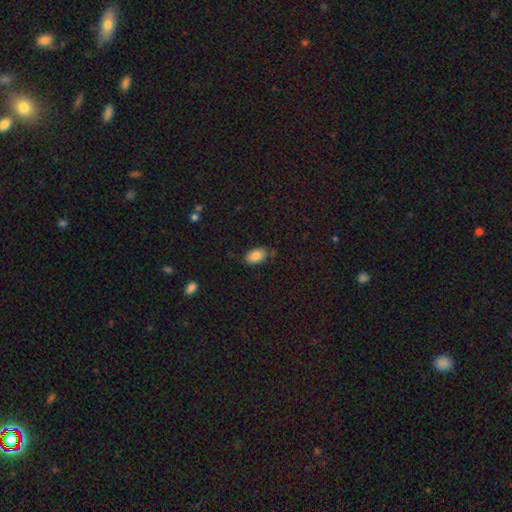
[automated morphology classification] type=smooth (86%); roundness=in between (93%); merging=none (79%).